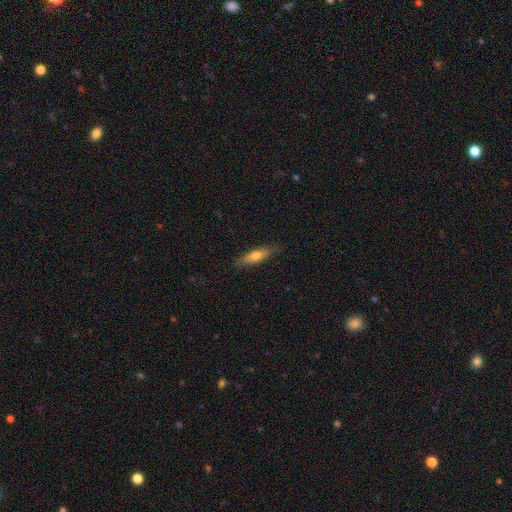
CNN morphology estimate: type=smooth (61%); roundness=cigar-shaped (66%); merging=none (84%).